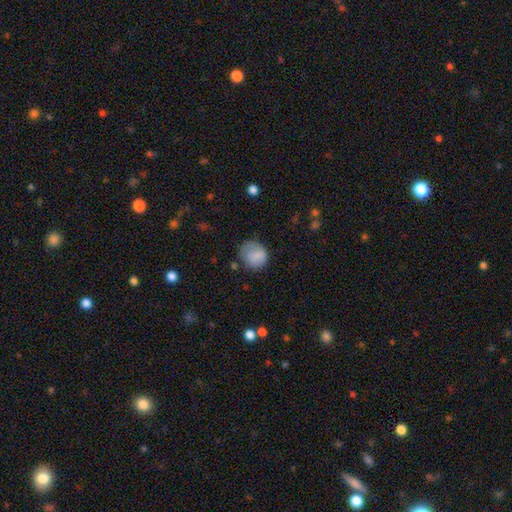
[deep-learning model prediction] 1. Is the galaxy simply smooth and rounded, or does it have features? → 82% smooth, 10% featured or disk, 8% star or artifact.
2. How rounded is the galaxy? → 74% round, 26% in between, 1% cigar-shaped.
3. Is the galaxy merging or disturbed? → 60% none, 26% minor disturbance, 12% major disturbance, 2% merger.